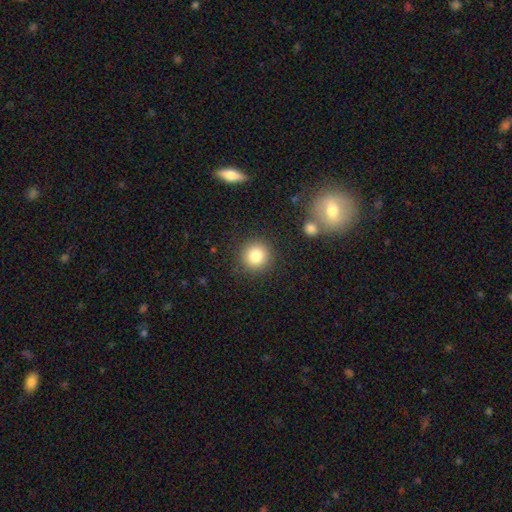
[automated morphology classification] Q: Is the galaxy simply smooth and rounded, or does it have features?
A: smooth — 83%.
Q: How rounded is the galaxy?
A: round — 93%.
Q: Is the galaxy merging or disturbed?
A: none — 88%.